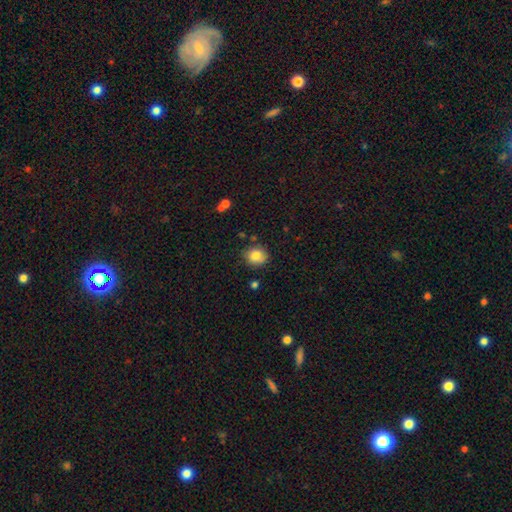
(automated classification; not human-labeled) Overall: smooth (83%). How rounded: round (77%). Merging: none (78%).